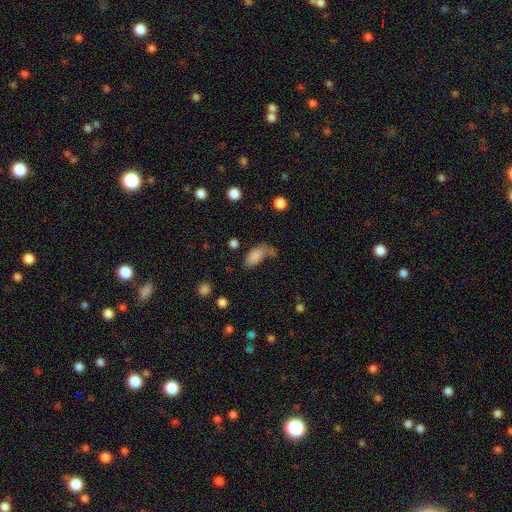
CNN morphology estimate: Smooth or featured?
  - smooth: 83% *
  - star or artifact: 9%
  - featured or disk: 8%
How rounded?
  - in between: 92% *
  - cigar-shaped: 5%
  - round: 3%
Merging?
  - none: 47% *
  - minor disturbance: 24%
  - major disturbance: 16%
  - merger: 13%